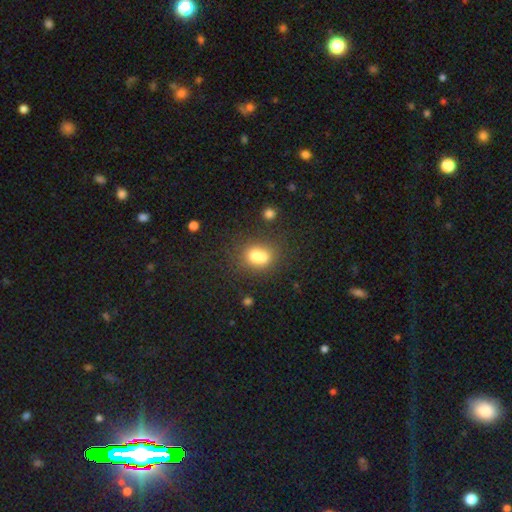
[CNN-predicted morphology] Smooth or featured? Predicted: smooth (p=0.68). How rounded? Predicted: round (p=0.62). Merging? Predicted: merger (p=0.55).